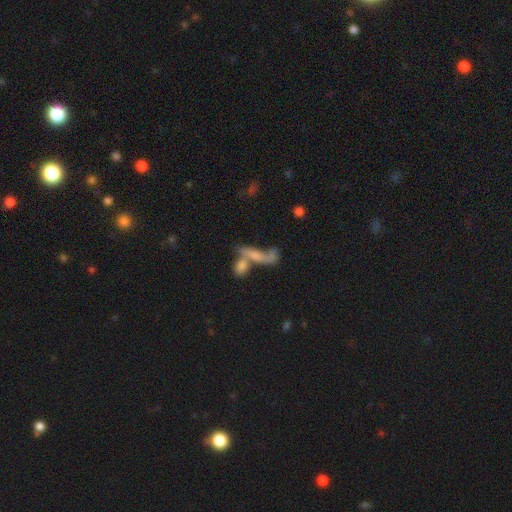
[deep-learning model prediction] This appears to be a smooth galaxy with no disk features (52%) that is cigar-shaped (55%). Merging: merger (48%).